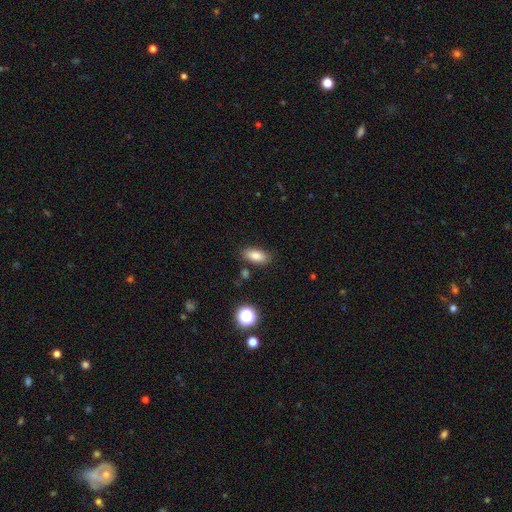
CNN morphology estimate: The model was most divided on "smooth or featured": smooth: 83%, star or artifact: 9%, featured or disk: 8%. More confident: how rounded — in between (85%); merging — none (85%).